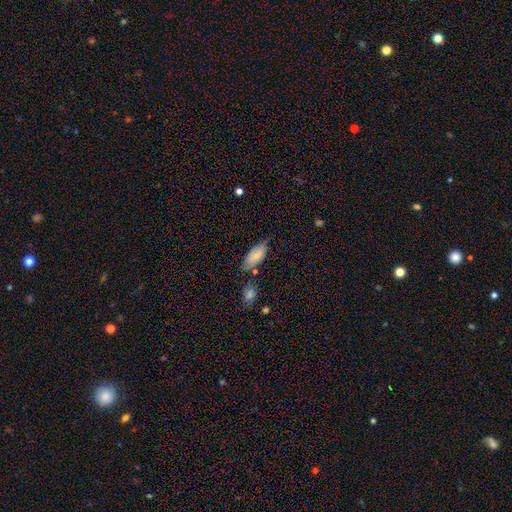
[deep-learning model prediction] smooth 81%, featured or disk 12%, star or artifact 7%. Down the decision tree: how rounded — in between (87%); merging — none (61%).